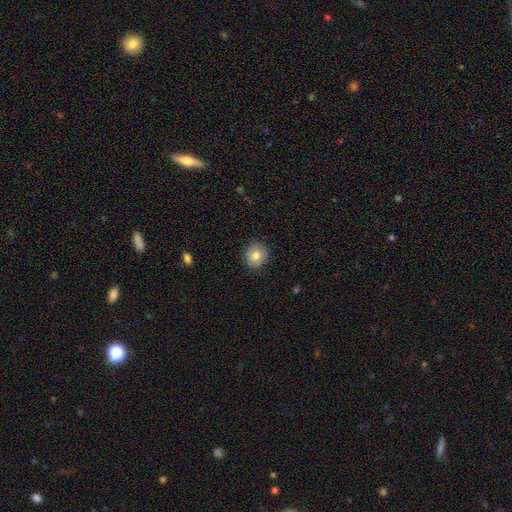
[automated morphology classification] A smooth galaxy with no disk features (78%) that is round (77%). Merging: none (86%).